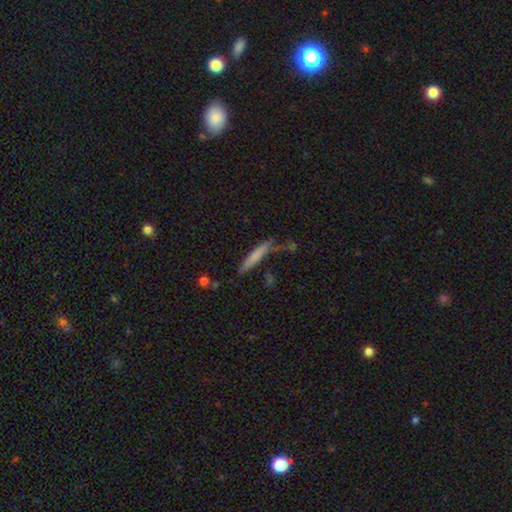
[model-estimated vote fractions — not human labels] Q: Smooth or featured?
A: smooth (65%); runner-up: featured or disk (27%)
Q: How rounded?
A: cigar-shaped (92%); runner-up: in between (6%)
Q: Merging?
A: none (64%); runner-up: minor disturbance (20%)